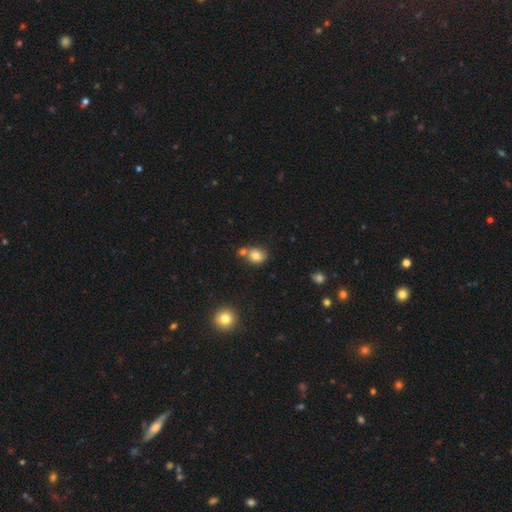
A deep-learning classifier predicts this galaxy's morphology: smooth_or_featured: smooth (p=0.78) [alt: star or artifact p=0.12]
how_rounded: round (p=0.66) [alt: in between p=0.33]
merging: none (p=0.59) [alt: merger p=0.25]